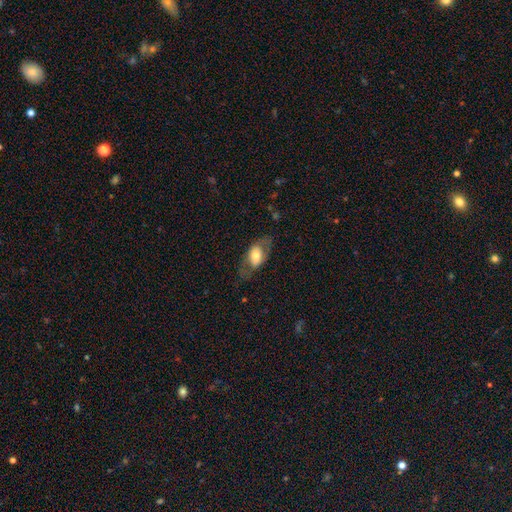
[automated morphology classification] smooth-or-featured: smooth: 52% | featured or disk: 41% | star or artifact: 7%
  how-rounded: in between: 86% | round: 10% | cigar-shaped: 4%
  merging: none: 65% | minor disturbance: 19% | major disturbance: 15% | merger: 1%